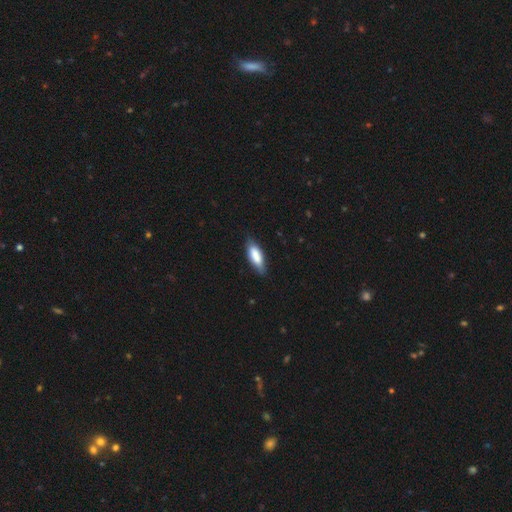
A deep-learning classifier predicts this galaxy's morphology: Smooth or featured? smooth (79%)
How rounded? in between (63%)
Merging? none (79%)